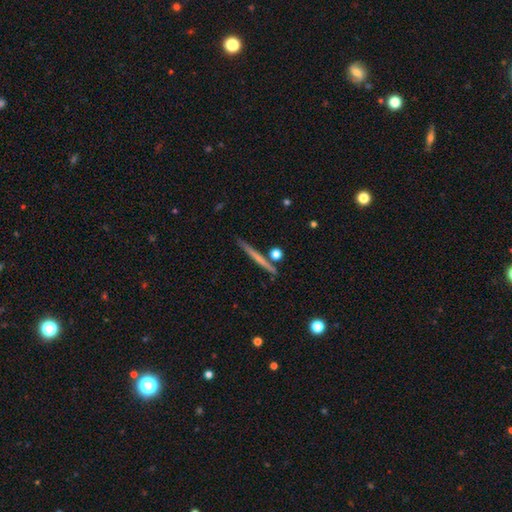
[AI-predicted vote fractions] A featured or disk galaxy (49%). Merging: none (88%).